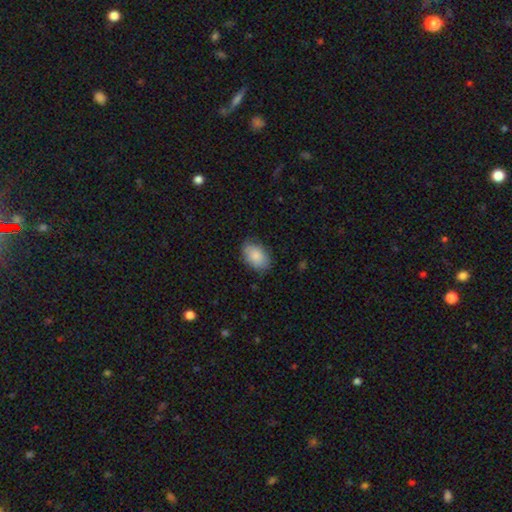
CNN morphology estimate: Q: Smooth or featured?
A: smooth (86%); runner-up: featured or disk (8%)
Q: How rounded?
A: in between (88%); runner-up: round (10%)
Q: Merging?
A: none (79%); runner-up: minor disturbance (16%)